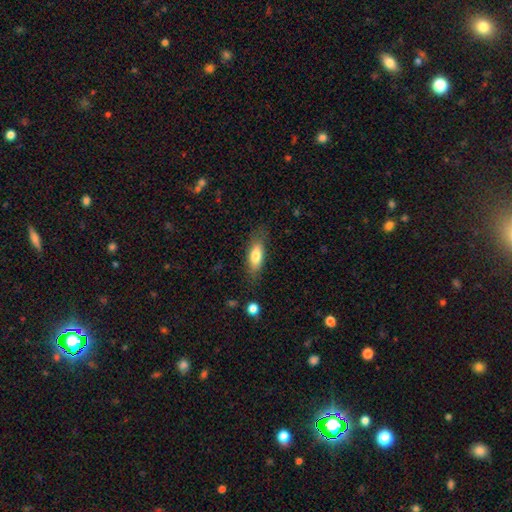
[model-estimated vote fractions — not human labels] The model was most divided on "how rounded": in between: 67%, cigar-shaped: 30%, round: 3%. More confident: merging — none (76%); smooth or featured — smooth (75%).